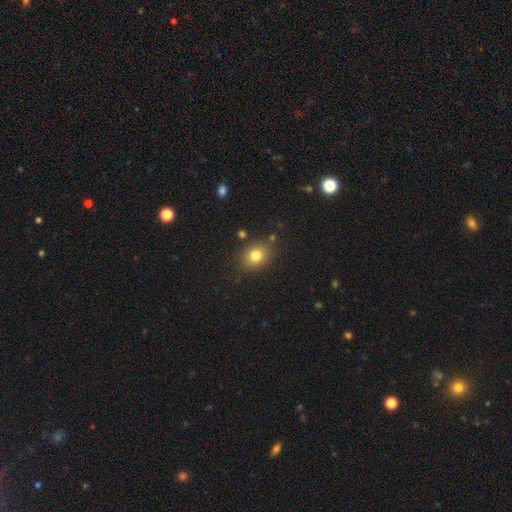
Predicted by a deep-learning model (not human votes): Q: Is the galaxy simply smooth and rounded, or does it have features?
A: smooth — 80%.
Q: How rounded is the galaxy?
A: round — 53%.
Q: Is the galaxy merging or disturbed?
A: none — 83%.